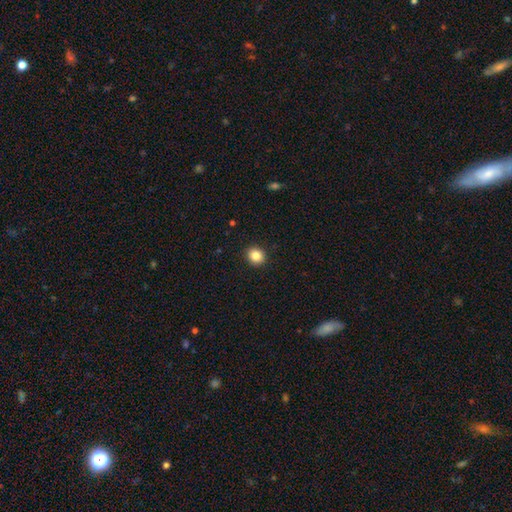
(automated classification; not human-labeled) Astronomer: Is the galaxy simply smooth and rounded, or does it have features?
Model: smooth — 84%.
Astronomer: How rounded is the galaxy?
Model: round — 82%.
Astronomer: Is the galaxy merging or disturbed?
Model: none — 92%.